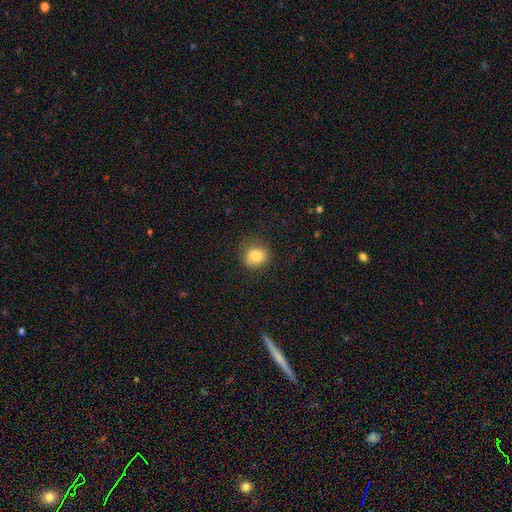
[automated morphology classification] Overall: smooth (83%). How rounded: round (70%). Merging: none (79%).